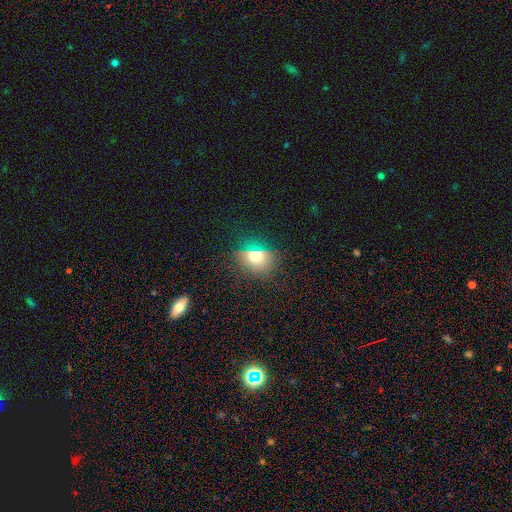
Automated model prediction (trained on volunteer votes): Smooth or featured: smooth — 68% (star or artifact — 18%)
How rounded: round — 56% (in between — 42%)
Merging: none — 77% (minor disturbance — 15%)